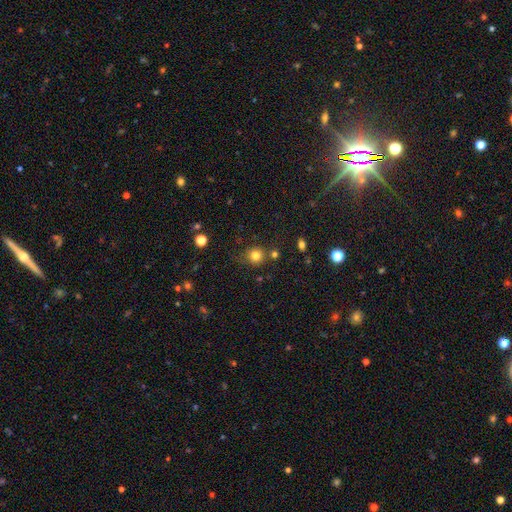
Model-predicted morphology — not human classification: This appears to be a smooth galaxy with no disk features (80%) that is round (89%). Merging: none (70%).